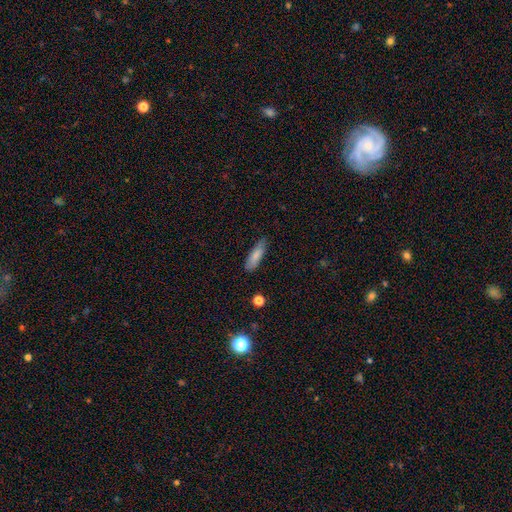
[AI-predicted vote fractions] A smooth galaxy with no disk features (83%) that is cigar-shaped (53%).

Vote fractions:
- Smooth or featured? smooth: 83% / featured or disk: 11% / star or artifact: 7%
- How rounded? cigar-shaped: 53% / in between: 46% / round: 2%
- Merging? none: 78% / minor disturbance: 17% / major disturbance: 3% / merger: 1%